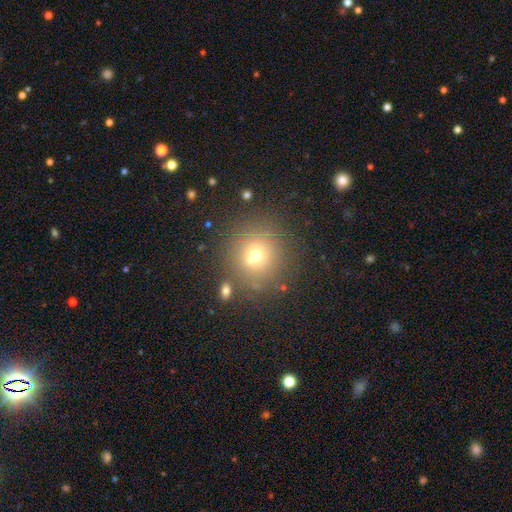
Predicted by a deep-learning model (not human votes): This appears to be a smooth galaxy with no disk features (65%) that is round (90%). Merging: none (72%).